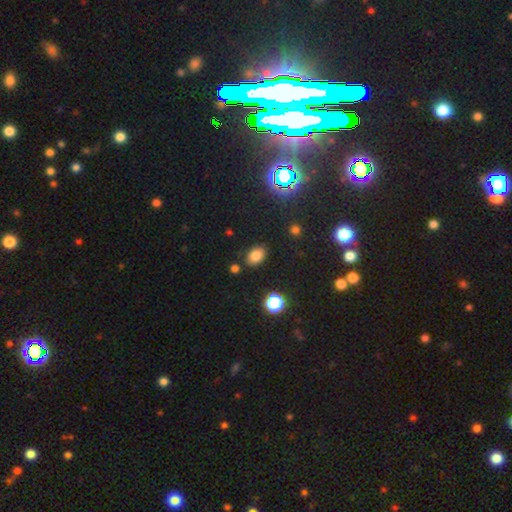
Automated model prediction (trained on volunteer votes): This is likely a smooth galaxy (78%). How rounded: clearly in between (82%). Merging: clearly none (84%).